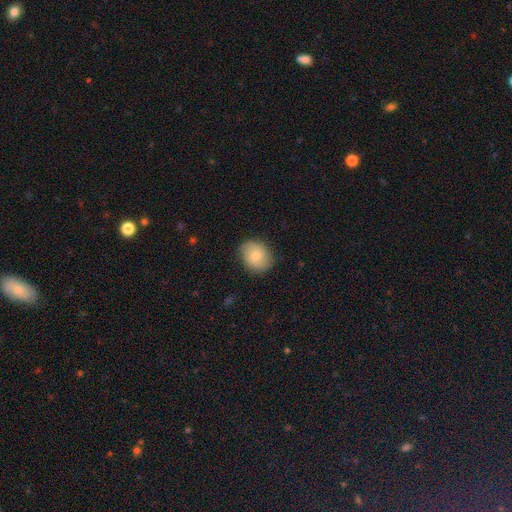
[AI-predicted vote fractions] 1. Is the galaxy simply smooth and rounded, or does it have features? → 75% smooth, 18% featured or disk, 7% star or artifact.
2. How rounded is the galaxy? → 56% round, 43% in between, 1% cigar-shaped.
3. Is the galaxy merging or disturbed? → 81% none, 15% minor disturbance, 3% major disturbance, 1% merger.